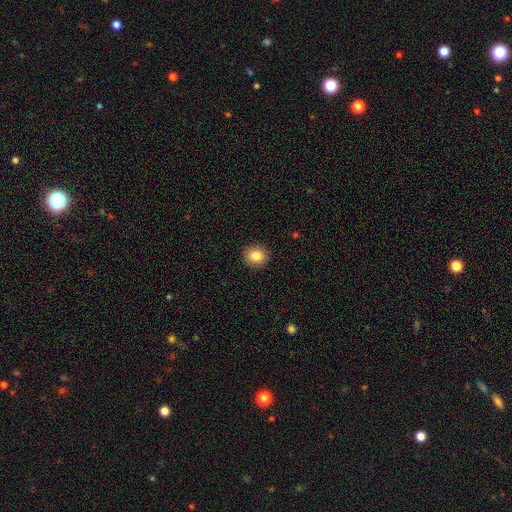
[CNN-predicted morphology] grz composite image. It shows a smooth galaxy with no disk features (85%) that is round (79%). Merging: none (91%).